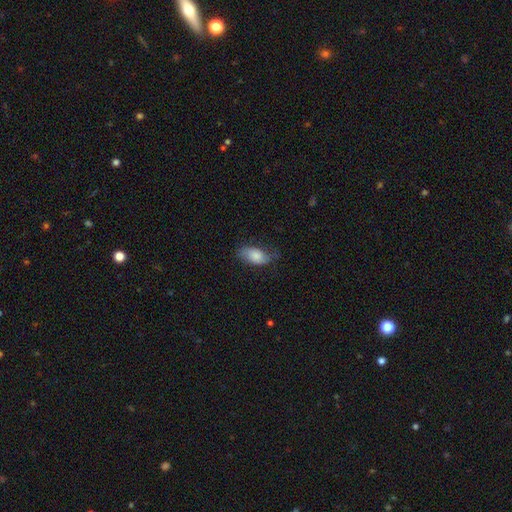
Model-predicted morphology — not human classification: smooth-or-featured: smooth: 78% | featured or disk: 15% | star or artifact: 7%
  how-rounded: in between: 92% | round: 4% | cigar-shaped: 4%
  merging: none: 59% | minor disturbance: 30% | major disturbance: 10% | merger: 1%